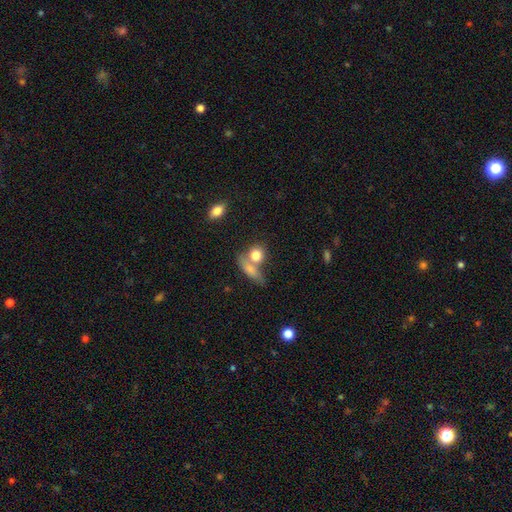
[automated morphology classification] smooth 80%, featured or disk 11%, star or artifact 8%. Down the decision tree: how rounded — round (63%); merging — none (43%).